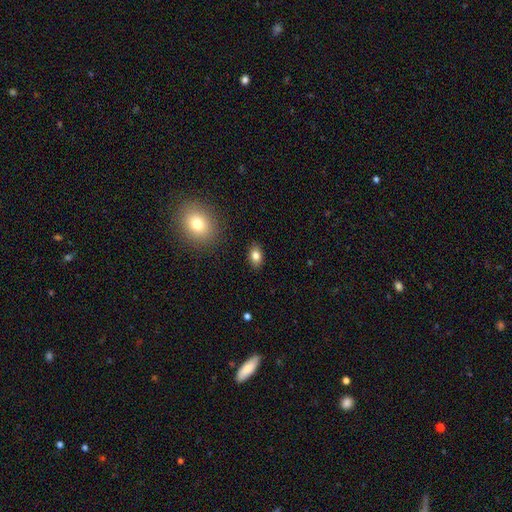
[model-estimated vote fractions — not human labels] The model was most divided on "how rounded": in between: 81%, round: 17%, cigar-shaped: 2%. More confident: merging — none (88%); smooth or featured — smooth (81%).